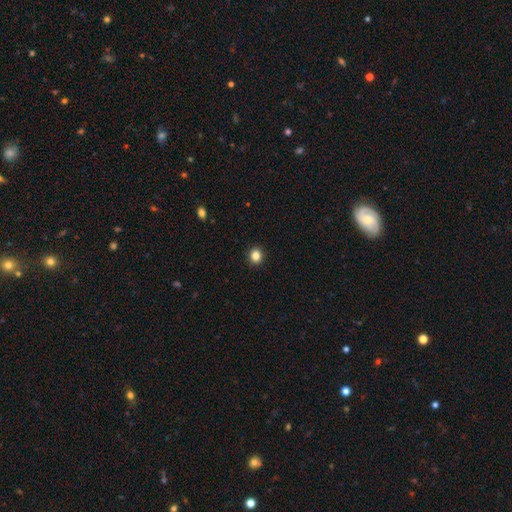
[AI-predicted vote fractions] This appears to be a smooth galaxy with no disk features (85%) that is round (79%). Merging: none (92%).